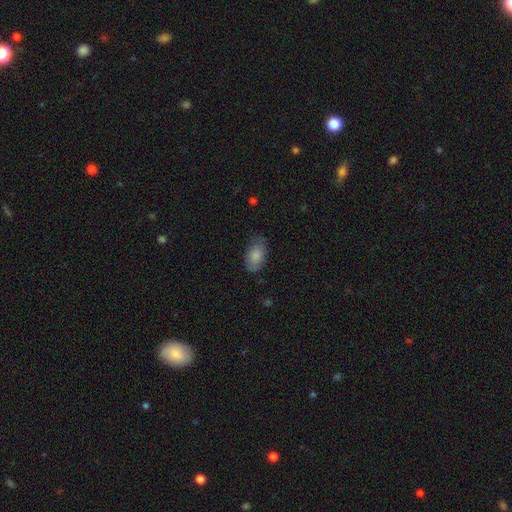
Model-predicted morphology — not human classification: smooth-or-featured: smooth: 84% | featured or disk: 10% | star or artifact: 7%
  how-rounded: in between: 93% | round: 5% | cigar-shaped: 2%
  merging: none: 71% | minor disturbance: 22% | major disturbance: 5% | merger: 1%